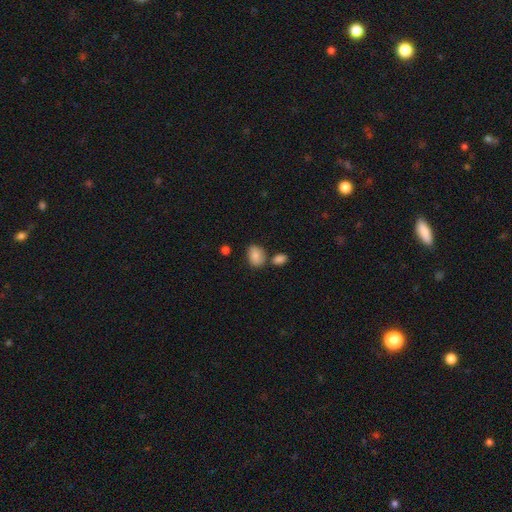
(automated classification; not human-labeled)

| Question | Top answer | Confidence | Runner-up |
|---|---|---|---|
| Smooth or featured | smooth | 80% | featured or disk (11%) |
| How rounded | in between | 69% | round (29%) |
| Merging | none | 65% | minor disturbance (16%) |